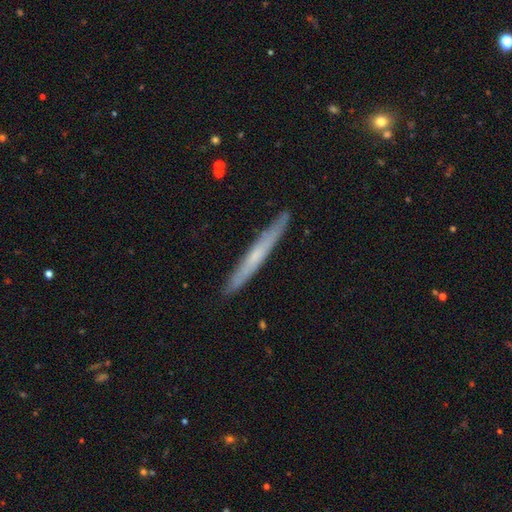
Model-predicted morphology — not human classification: This appears to be a featured or disk galaxy (49%). Merging: none (91%).